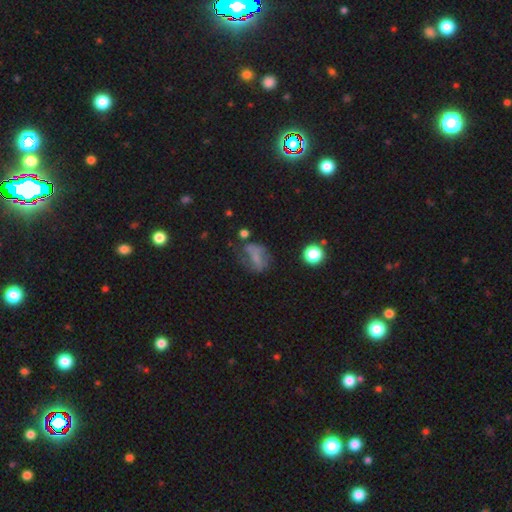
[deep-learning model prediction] Smooth or featured: smooth — 48% (featured or disk — 34%)
Merging: none — 40% (major disturbance — 28%)